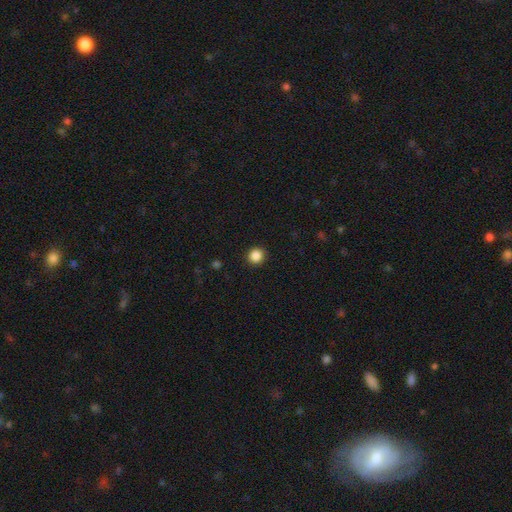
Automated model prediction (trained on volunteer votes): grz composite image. It shows a smooth galaxy with no disk features (87%) that is round (93%). Merging: none (92%).